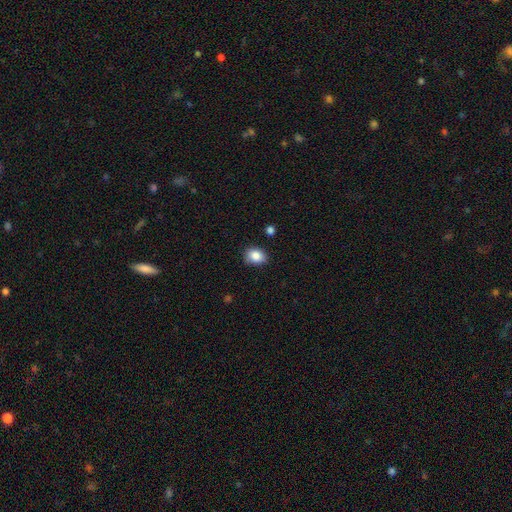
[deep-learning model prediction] Smooth or featured: smooth — 85% (star or artifact — 9%)
How rounded: in between — 57% (round — 42%)
Merging: none — 75% (minor disturbance — 19%)